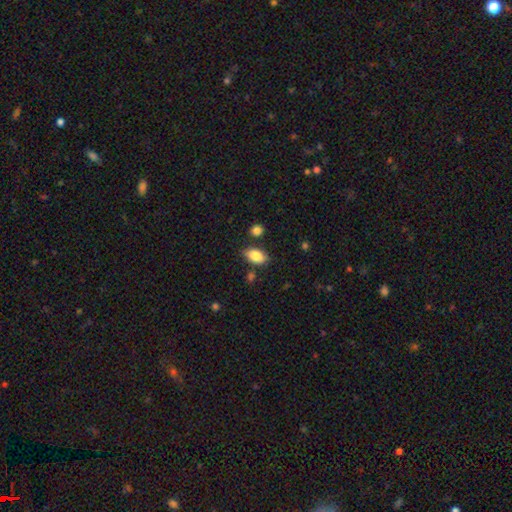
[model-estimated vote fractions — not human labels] smooth_or_featured: smooth (p=0.85) [alt: featured or disk p=0.08]
how_rounded: in between (p=0.90) [alt: round p=0.06]
merging: none (p=0.77) [alt: minor disturbance p=0.14]